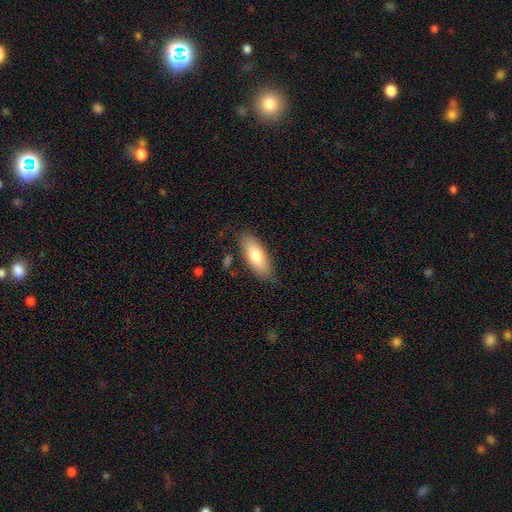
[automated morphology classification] Smooth or featured? Predicted: smooth (p=0.76). How rounded? Predicted: in between (p=0.78). Merging? Predicted: none (p=0.79).